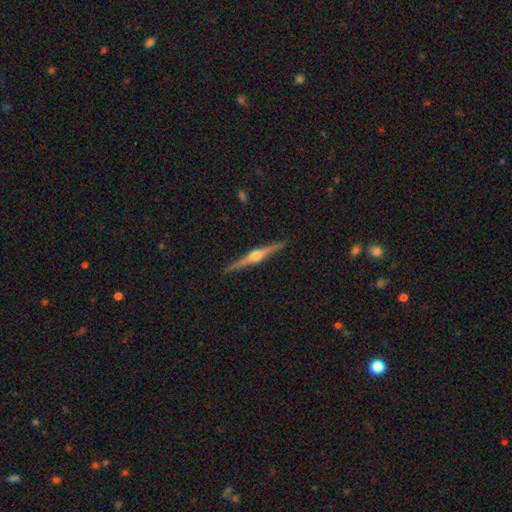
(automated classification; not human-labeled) smooth_or_featured: featured or disk (p=0.84) [alt: smooth p=0.11]
disk_edge_on: yes (p=0.99) [alt: no p=0.01]
edge_on_bulge: rounded (p=0.95) [alt: boxy p=0.03]
merging: none (p=0.92) [alt: minor disturbance p=0.06]